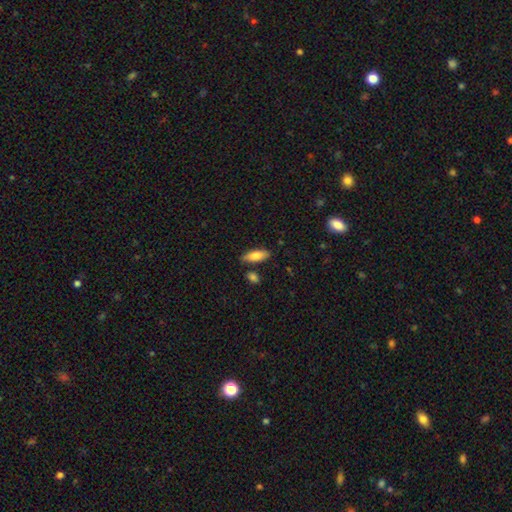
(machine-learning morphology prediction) Smooth or featured?
  - smooth: 80% *
  - featured or disk: 14%
  - star or artifact: 6%
How rounded?
  - in between: 72% *
  - cigar-shaped: 25%
  - round: 2%
Merging?
  - none: 81% *
  - minor disturbance: 12%
  - merger: 5%
  - major disturbance: 2%